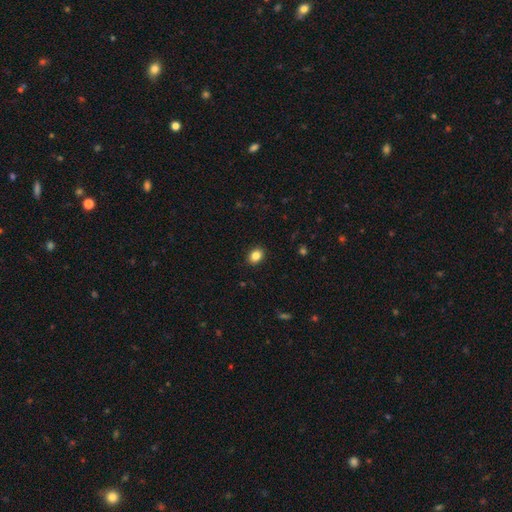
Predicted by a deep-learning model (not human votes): Overall: smooth (85%). How rounded: in between (60%; round 39%). Merging: none (90%).